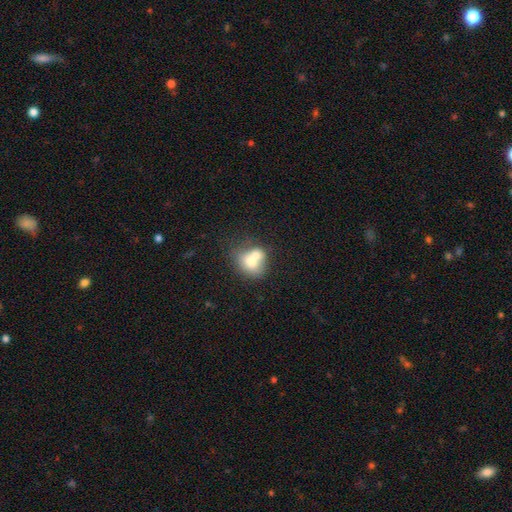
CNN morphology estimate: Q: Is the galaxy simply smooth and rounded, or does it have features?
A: smooth — 67%.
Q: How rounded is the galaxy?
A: round — 59%.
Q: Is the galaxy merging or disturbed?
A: merger — 61%.